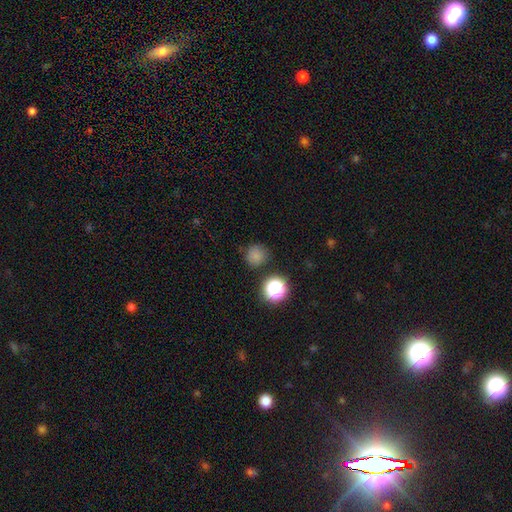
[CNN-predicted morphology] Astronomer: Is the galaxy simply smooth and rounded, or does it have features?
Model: smooth — 77%.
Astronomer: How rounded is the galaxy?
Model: round — 93%.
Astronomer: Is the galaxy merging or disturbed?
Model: none — 81%.